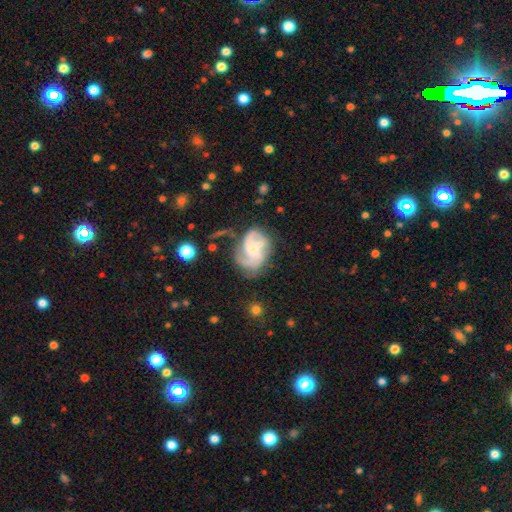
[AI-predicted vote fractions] This appears to be a featured or disk galaxy (81%) with no bar (63%), 2 (46%) medium (50%) spiral arms (93%) and a small central bulge (58%). Merging: none (51%).